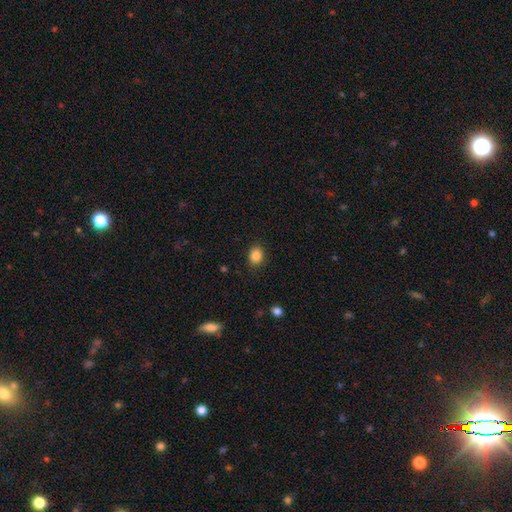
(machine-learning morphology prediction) The model was most divided on "how rounded": round: 50%, in between: 49%, cigar-shaped: 1%. More confident: smooth or featured — smooth (87%); merging — none (86%).